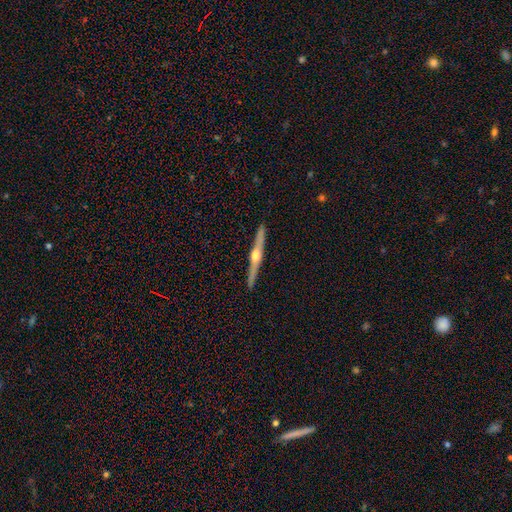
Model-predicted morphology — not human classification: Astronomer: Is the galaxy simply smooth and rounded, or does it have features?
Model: featured or disk — 78%.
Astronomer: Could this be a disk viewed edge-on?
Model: yes — 98%.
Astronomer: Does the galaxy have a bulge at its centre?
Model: rounded — 94%.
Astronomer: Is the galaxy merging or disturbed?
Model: none — 92%.